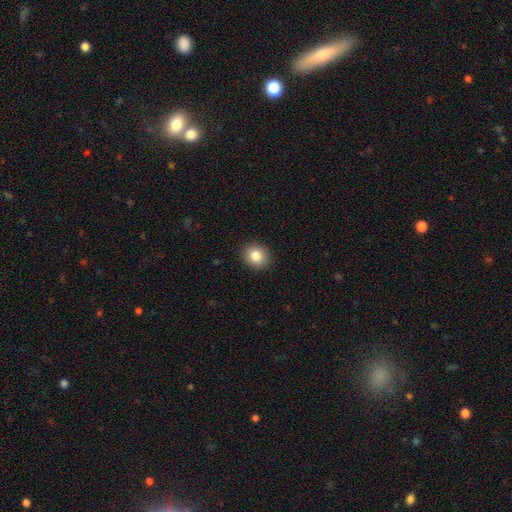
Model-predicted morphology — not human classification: This appears to be a smooth galaxy with no disk features (83%) that is round (75%). Merging: none (91%).